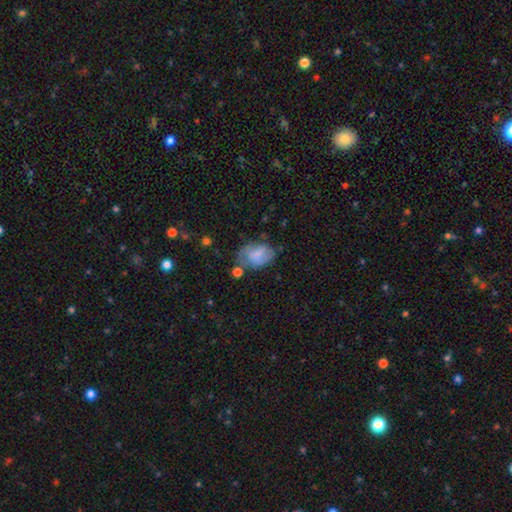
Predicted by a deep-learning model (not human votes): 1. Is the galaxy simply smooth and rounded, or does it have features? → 54% smooth, 38% featured or disk, 8% star or artifact.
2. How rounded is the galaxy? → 81% in between, 17% round, 2% cigar-shaped.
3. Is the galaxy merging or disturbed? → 47% none, 29% minor disturbance, 15% major disturbance, 8% merger.